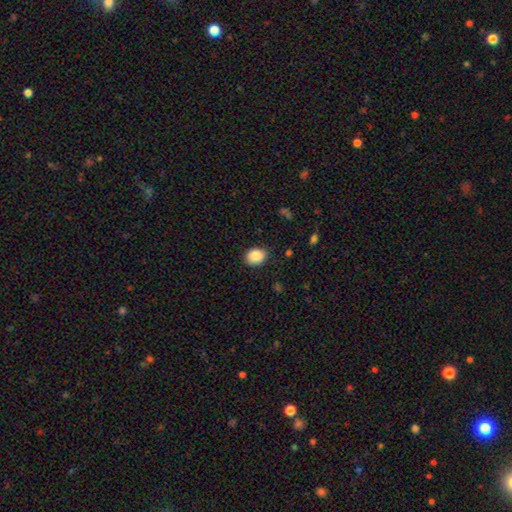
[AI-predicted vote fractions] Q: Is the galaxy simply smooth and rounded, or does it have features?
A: smooth — 88%.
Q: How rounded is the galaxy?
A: in between — 51%.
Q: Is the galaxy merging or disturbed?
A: none — 85%.